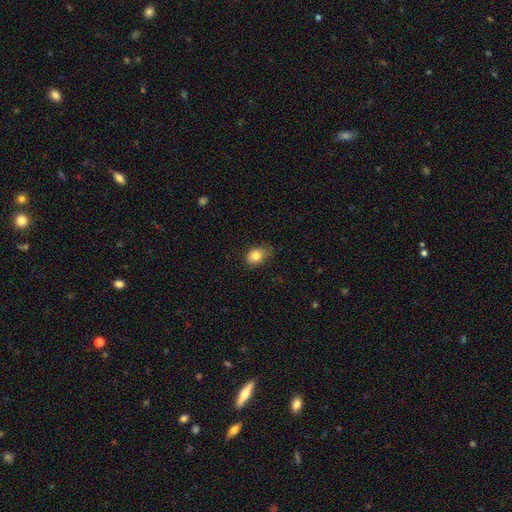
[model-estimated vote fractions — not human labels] Smooth or featured: smooth — 83% (star or artifact — 9%)
How rounded: in between — 73% (round — 26%)
Merging: none — 64% (minor disturbance — 29%)